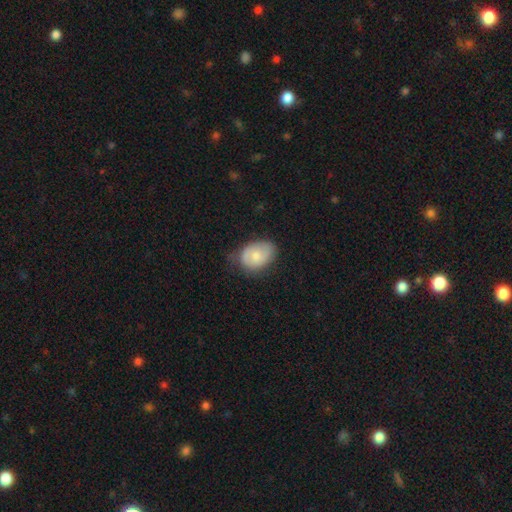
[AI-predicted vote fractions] Q: Smooth or featured?
A: smooth (66%); runner-up: featured or disk (27%)
Q: How rounded?
A: in between (75%); runner-up: round (24%)
Q: Merging?
A: none (60%); runner-up: minor disturbance (31%)